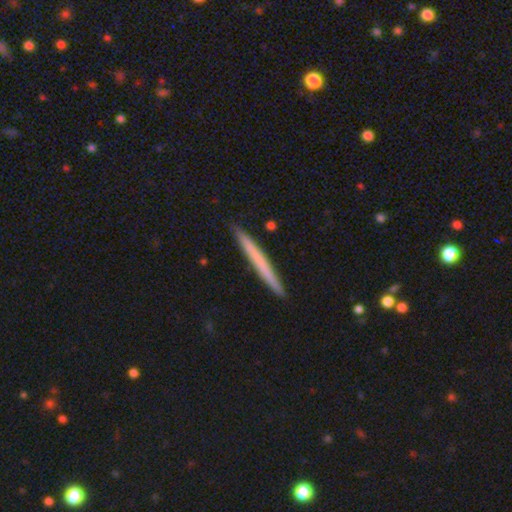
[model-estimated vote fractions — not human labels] A smooth galaxy with no disk features (59%) that is cigar-shaped (97%). Merging: none (92%).